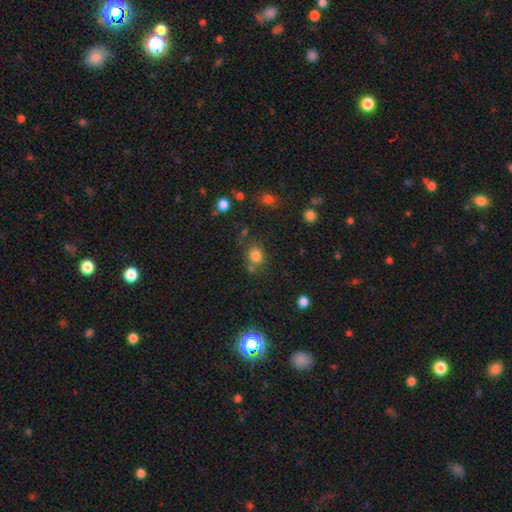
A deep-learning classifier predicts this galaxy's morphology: Smooth or featured? Predicted: smooth (p=0.79). How rounded? Predicted: round (p=0.74). Merging? Predicted: none (p=0.68).